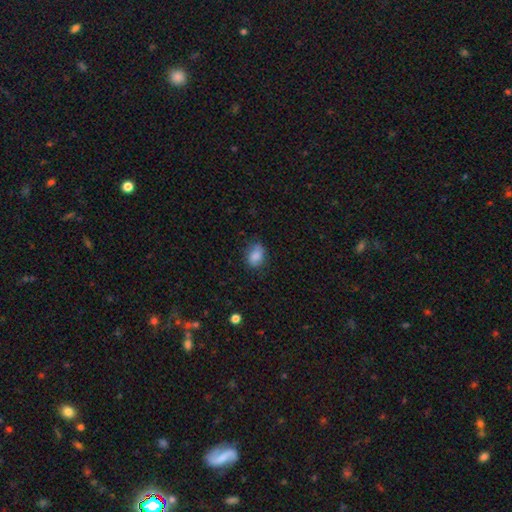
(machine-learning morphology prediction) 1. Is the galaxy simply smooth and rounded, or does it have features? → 86% smooth, 9% star or artifact, 6% featured or disk.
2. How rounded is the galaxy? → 74% in between, 24% round, 1% cigar-shaped.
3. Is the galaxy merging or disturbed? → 70% none, 23% minor disturbance, 5% major disturbance, 1% merger.